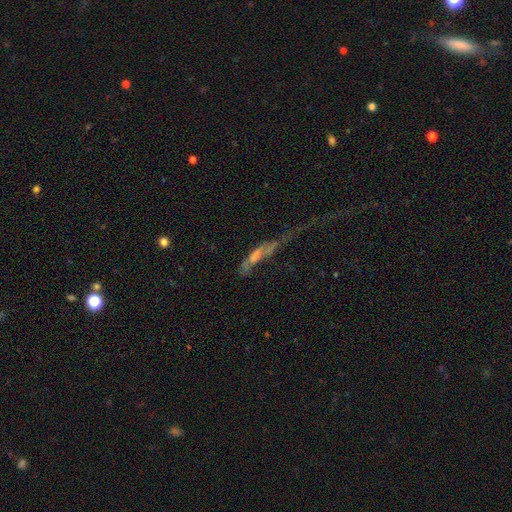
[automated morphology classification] smooth_or_featured: featured or disk (p=0.45) [alt: smooth p=0.39]
merging: major disturbance (p=0.53) [alt: none p=0.17]